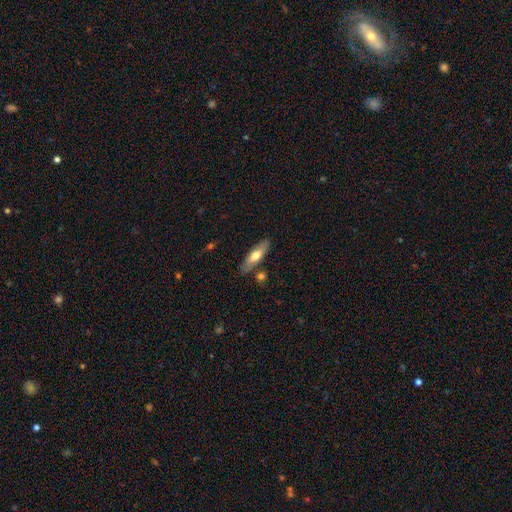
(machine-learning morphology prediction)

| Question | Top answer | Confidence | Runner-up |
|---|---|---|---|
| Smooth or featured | smooth | 62% | featured or disk (33%) |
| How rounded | in between | 52% | cigar-shaped (46%) |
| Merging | none | 79% | minor disturbance (12%) |